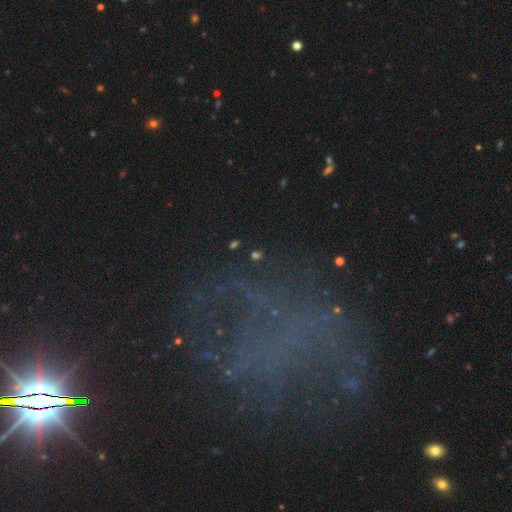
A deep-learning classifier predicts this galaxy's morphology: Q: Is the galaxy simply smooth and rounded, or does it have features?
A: star or artifact — 53%.